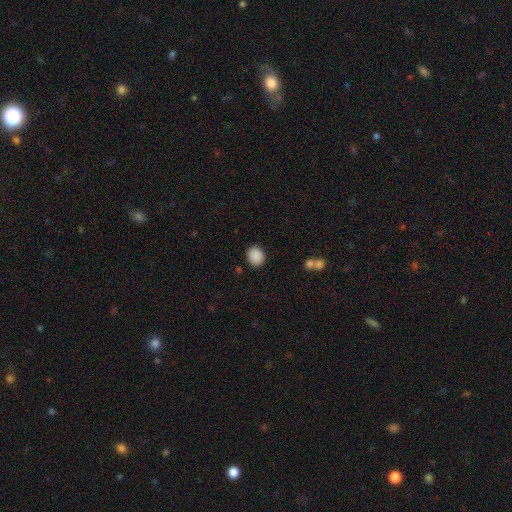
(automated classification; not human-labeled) Smooth or featured?
  - smooth: 89% *
  - star or artifact: 8%
  - featured or disk: 3%
How rounded?
  - round: 68% *
  - in between: 31%
  - cigar-shaped: 1%
Merging?
  - none: 87% *
  - minor disturbance: 8%
  - major disturbance: 2%
  - merger: 2%